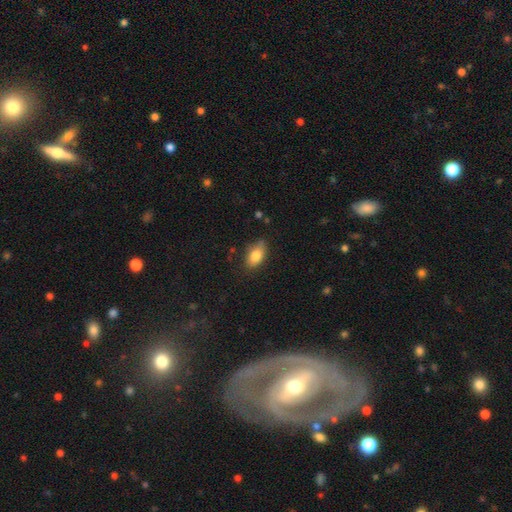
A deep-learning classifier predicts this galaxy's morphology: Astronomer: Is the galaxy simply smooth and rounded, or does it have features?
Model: smooth — 82%.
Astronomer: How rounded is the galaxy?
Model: in between — 90%.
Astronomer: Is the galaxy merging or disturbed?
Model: none — 75%.